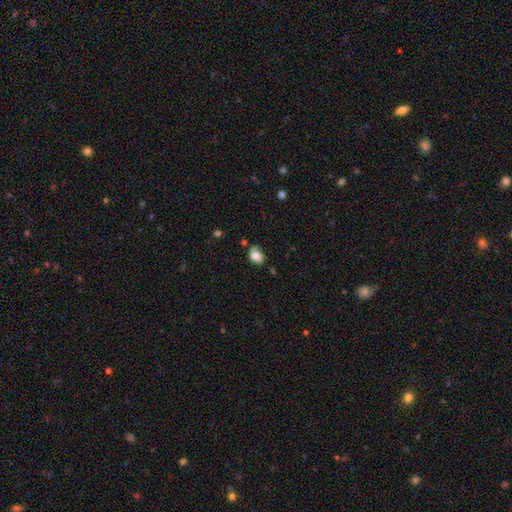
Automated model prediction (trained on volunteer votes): This appears to be a smooth galaxy with no disk features (80%) that is in between round and cigar-shaped (74%). Merging: none (56%).